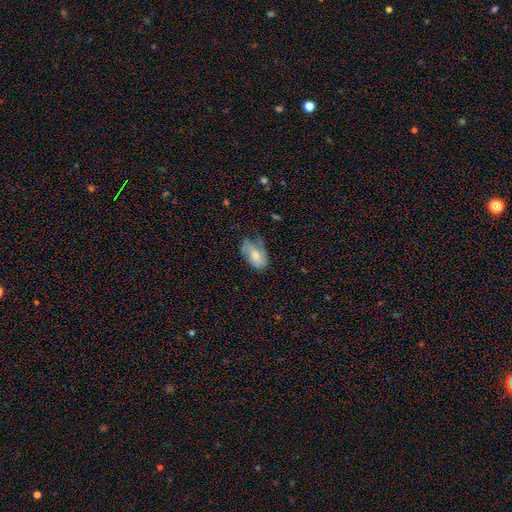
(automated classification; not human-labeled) Overall: smooth (60%; featured or disk 33%). How rounded: in between (91%). Merging: none (44%; minor disturbance 38%).